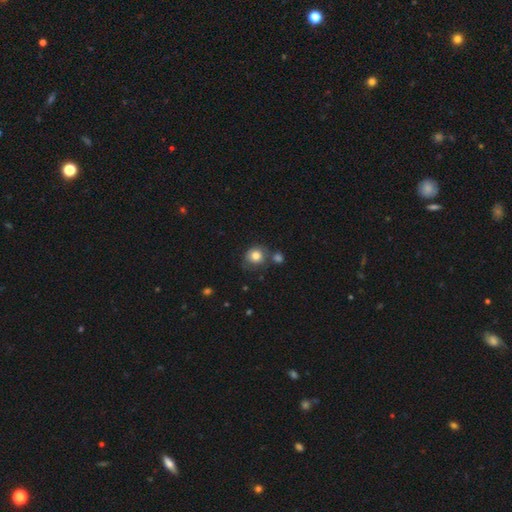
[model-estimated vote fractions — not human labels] The model was most divided on "merging": none: 58%, merger: 18%, minor disturbance: 17%, major disturbance: 6%. More confident: how rounded — round (84%); smooth or featured — smooth (80%).